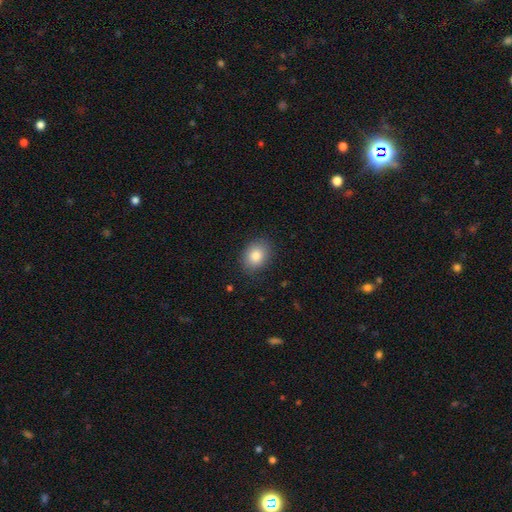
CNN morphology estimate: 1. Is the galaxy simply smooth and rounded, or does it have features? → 83% smooth, 9% star or artifact, 8% featured or disk.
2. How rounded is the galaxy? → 63% in between, 36% round, 1% cigar-shaped.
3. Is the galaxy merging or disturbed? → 85% none, 11% minor disturbance, 3% major disturbance, 1% merger.